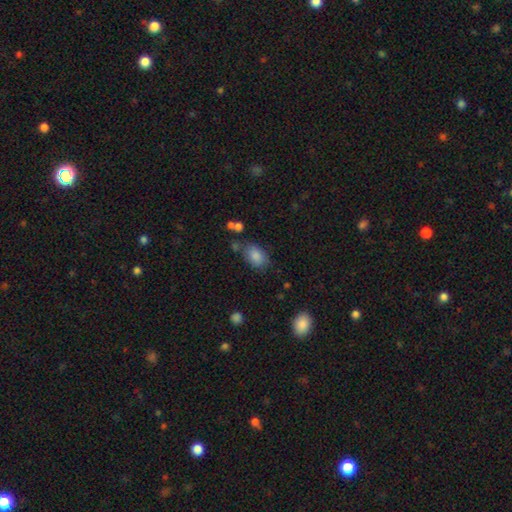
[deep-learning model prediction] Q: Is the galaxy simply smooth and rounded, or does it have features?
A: smooth — 86%.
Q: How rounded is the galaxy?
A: in between — 87%.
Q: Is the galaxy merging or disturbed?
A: none — 69%.